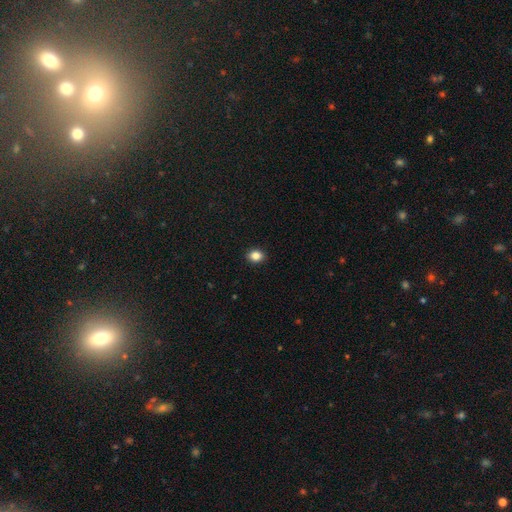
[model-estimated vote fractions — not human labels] Morphology: type=smooth (85%); roundness=round (54%); merging=none (91%).